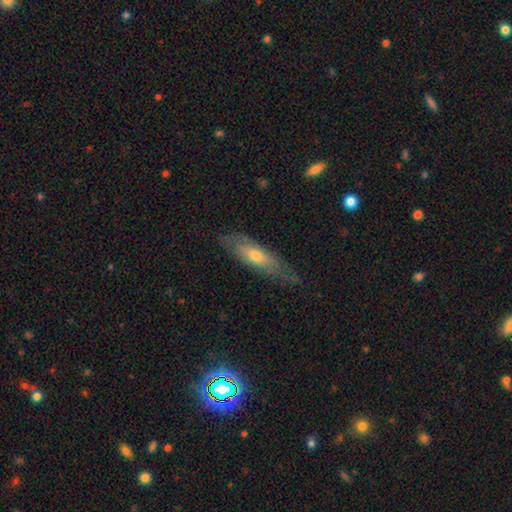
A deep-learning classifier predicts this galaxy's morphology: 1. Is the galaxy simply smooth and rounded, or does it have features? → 49% smooth, 45% featured or disk, 6% star or artifact.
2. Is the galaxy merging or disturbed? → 67% none, 24% minor disturbance, 8% major disturbance, 1% merger.